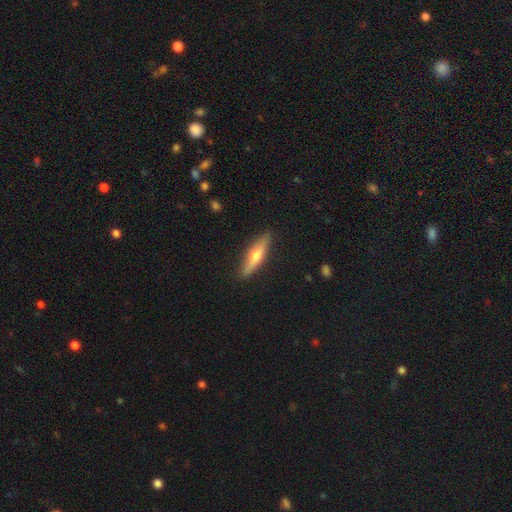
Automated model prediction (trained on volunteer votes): Smooth or featured? featured or disk (51%)
Edge-on disk? yes (92%)
Merging? none (88%)